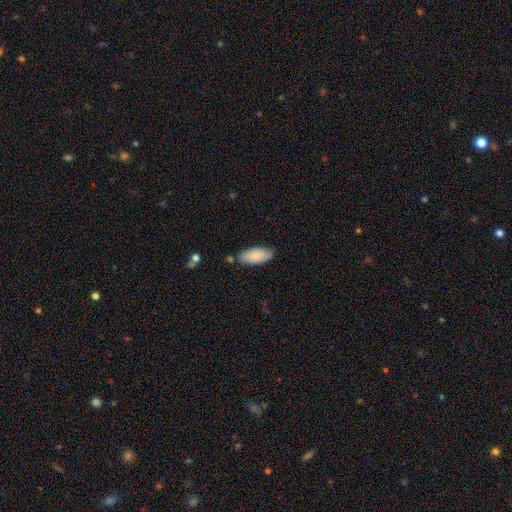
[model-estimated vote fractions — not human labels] A smooth galaxy with no disk features (85%) that is in between round and cigar-shaped (88%).

Vote fractions:
- Smooth or featured? smooth: 85% / featured or disk: 9% / star or artifact: 6%
- How rounded? in between: 88% / cigar-shaped: 11% / round: 2%
- Merging? none: 76% / minor disturbance: 17% / merger: 3% / major disturbance: 3%